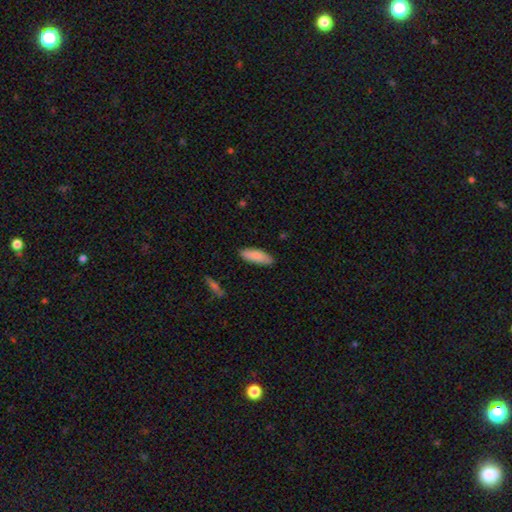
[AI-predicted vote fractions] A smooth galaxy with no disk features (87%) that is in between round and cigar-shaped (63%).

Vote fractions:
- Smooth or featured? smooth: 87% / featured or disk: 7% / star or artifact: 6%
- How rounded? in between: 63% / cigar-shaped: 36% / round: 2%
- Merging? none: 86% / minor disturbance: 11% / major disturbance: 2% / merger: 1%